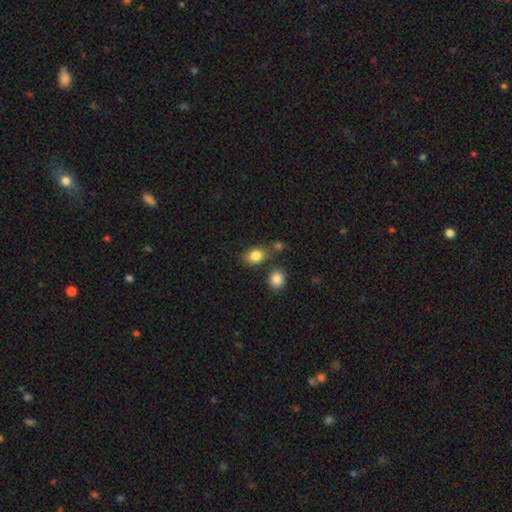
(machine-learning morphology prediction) Smooth or featured? smooth (84%)
How rounded? in between (69%)
Merging? none (67%)